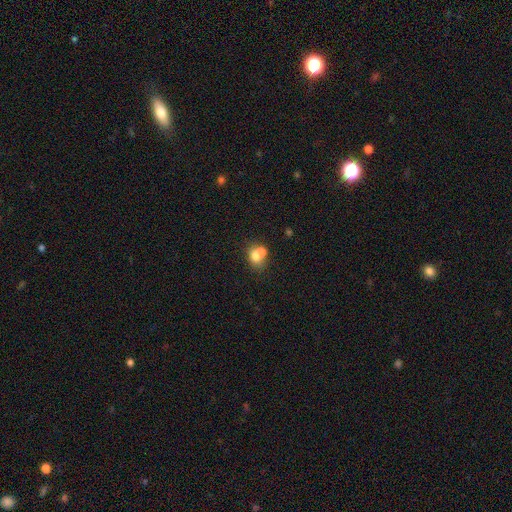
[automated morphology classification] This appears to be a smooth galaxy with no disk features (68%) that is round (56%). Merging: merger (55%).